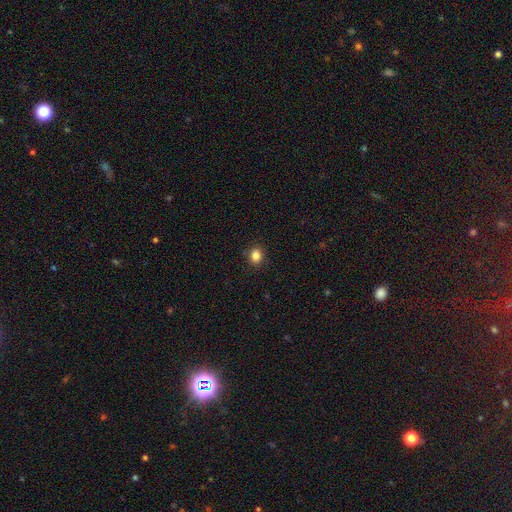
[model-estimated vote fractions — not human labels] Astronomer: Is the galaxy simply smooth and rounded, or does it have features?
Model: smooth — 85%.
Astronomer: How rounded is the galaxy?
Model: round — 62%.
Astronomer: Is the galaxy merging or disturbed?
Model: none — 89%.